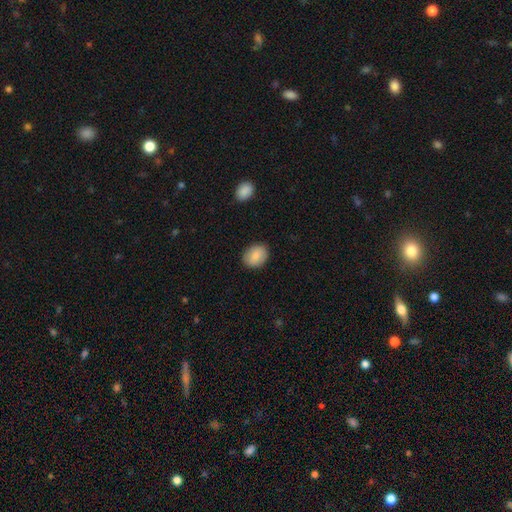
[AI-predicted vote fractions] The model was most divided on "how rounded": in between: 50%, round: 49%, cigar-shaped: 1%. More confident: merging — none (87%); smooth or featured — smooth (85%).